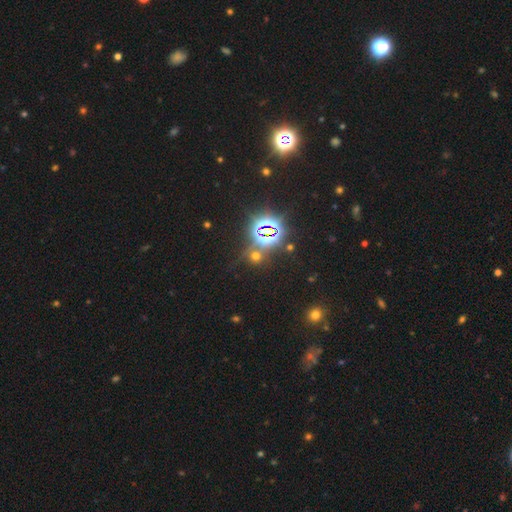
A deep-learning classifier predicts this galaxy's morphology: Overall: star or artifact (55%; smooth 37%).